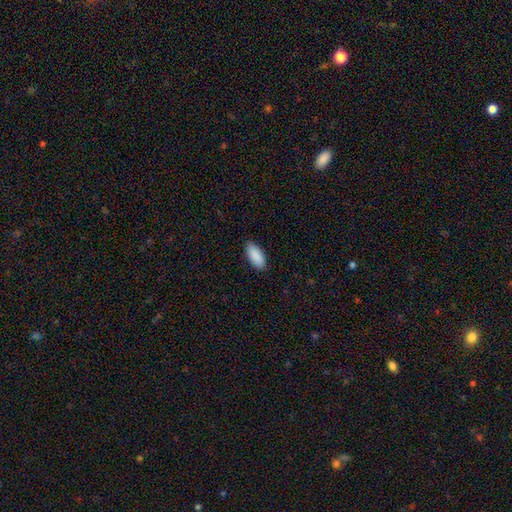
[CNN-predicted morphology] Overall: smooth (91%). How rounded: in between (87%). Merging: none (87%).